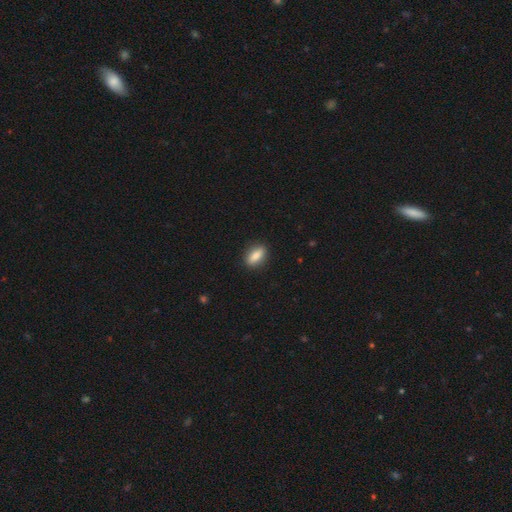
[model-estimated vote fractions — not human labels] This appears to be a smooth galaxy with no disk features (83%) that is in between round and cigar-shaped (78%). Merging: none (88%).